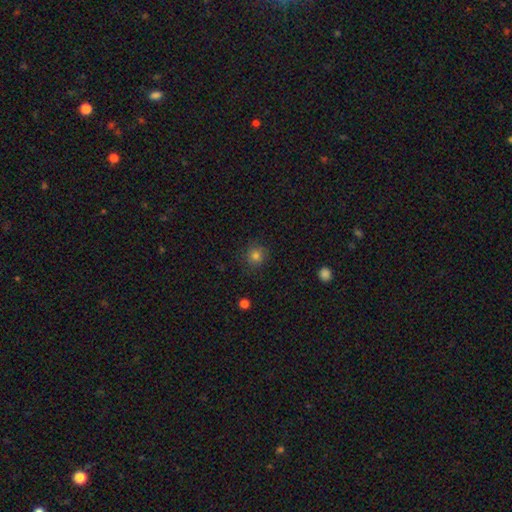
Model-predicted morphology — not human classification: This is clearly a smooth galaxy (80%). How rounded: clearly round (89%). Merging: clearly none (85%).